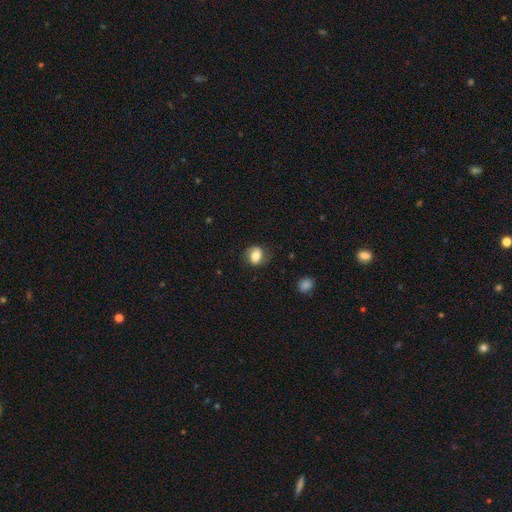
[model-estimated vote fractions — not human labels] Smooth or featured?
  - smooth: 56% *
  - featured or disk: 35%
  - star or artifact: 9%
How rounded?
  - round: 52% *
  - in between: 47%
  - cigar-shaped: 1%
Merging?
  - none: 71% *
  - minor disturbance: 19%
  - major disturbance: 8%
  - merger: 1%